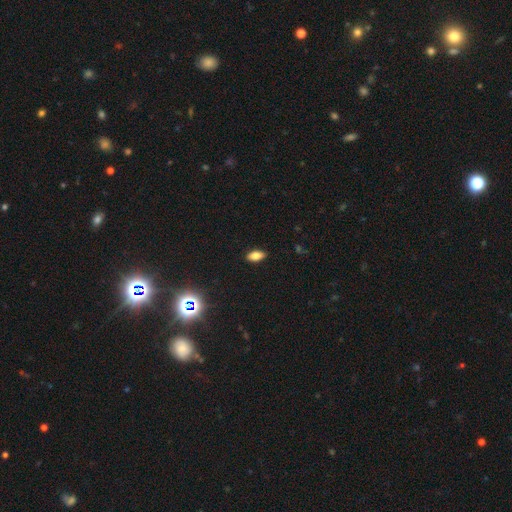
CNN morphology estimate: smooth-or-featured: smooth: 79% | featured or disk: 11% | star or artifact: 11%
  how-rounded: in between: 88% | cigar-shaped: 8% | round: 3%
  merging: none: 89% | minor disturbance: 8% | major disturbance: 2% | merger: 1%